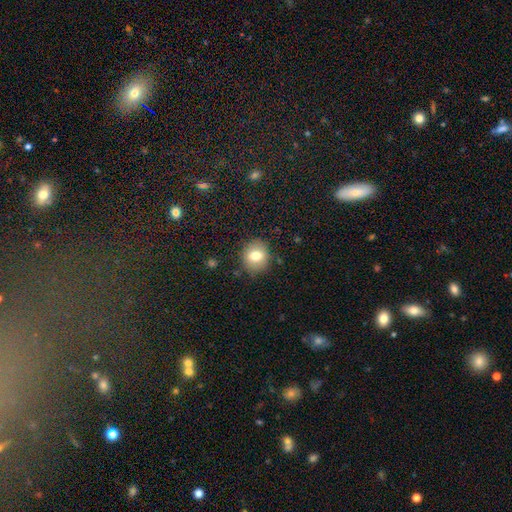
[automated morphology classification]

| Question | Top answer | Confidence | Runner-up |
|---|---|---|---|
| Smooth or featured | smooth | 75% | featured or disk (15%) |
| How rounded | round | 78% | in between (21%) |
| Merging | none | 84% | minor disturbance (11%) |